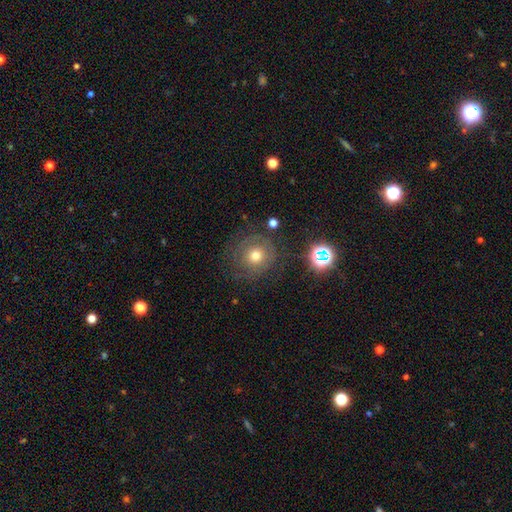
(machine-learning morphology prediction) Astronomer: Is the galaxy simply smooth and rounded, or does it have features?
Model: smooth — 55%.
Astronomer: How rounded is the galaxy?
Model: round — 91%.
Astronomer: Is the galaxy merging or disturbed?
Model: none — 72%.